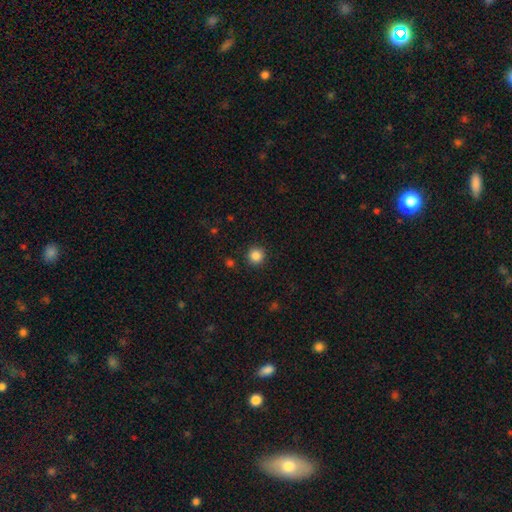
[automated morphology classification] The model was most divided on "smooth or featured": smooth: 86%, star or artifact: 11%, featured or disk: 3%. More confident: how rounded — round (95%); merging — none (92%).